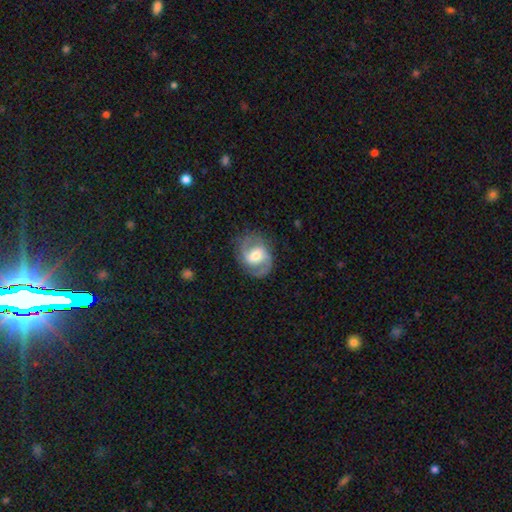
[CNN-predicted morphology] featured or disk 80%, smooth 14%, star or artifact 6%. Down the decision tree: edge-on disk — no (97%); bar — weak (47%); spiral arms — yes (93%); spiral arm count — 2 (86%); spiral winding — medium (53%); bulge size — moderate (61%); merging — none (77%).